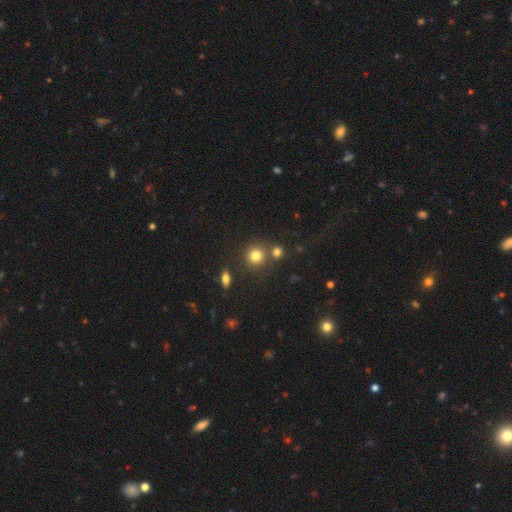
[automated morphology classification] A smooth galaxy with no disk features (78%) that is round (89%). Merging: none (72%).